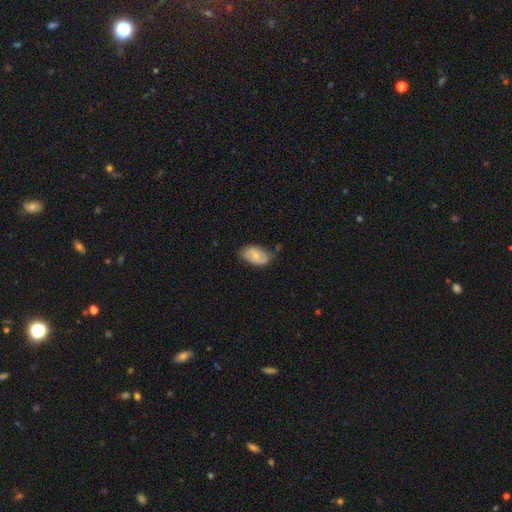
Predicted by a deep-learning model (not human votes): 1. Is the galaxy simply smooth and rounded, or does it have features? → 55% smooth, 39% featured or disk, 6% star or artifact.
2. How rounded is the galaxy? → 91% in between, 8% round, 2% cigar-shaped.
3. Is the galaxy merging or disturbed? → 67% none, 26% minor disturbance, 5% major disturbance, 2% merger.